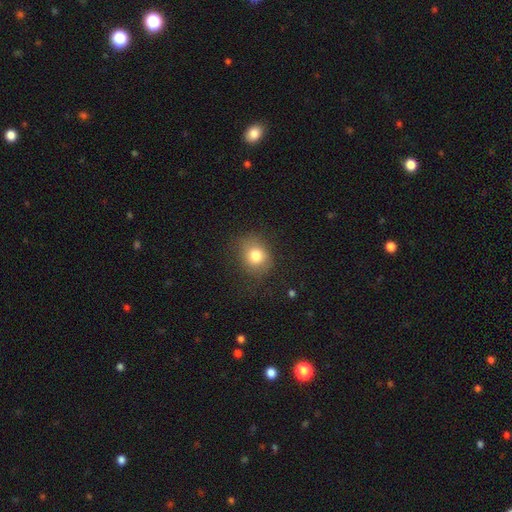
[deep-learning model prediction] This appears to be a smooth galaxy with no disk features (79%) that is round (65%). Merging: none (71%).